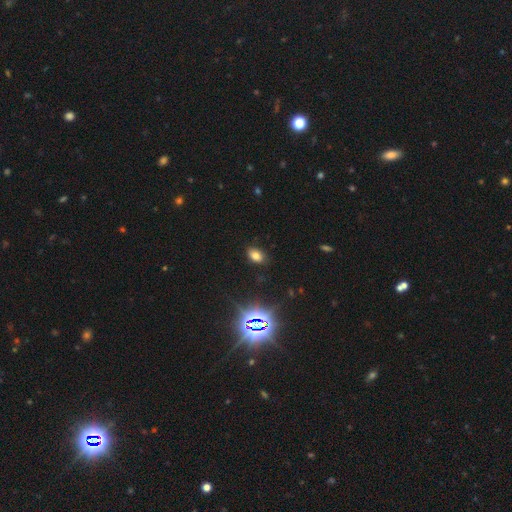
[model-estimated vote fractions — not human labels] Smooth or featured? Predicted: smooth (p=0.70). How rounded? Predicted: in between (p=0.84). Merging? Predicted: none (p=0.86).